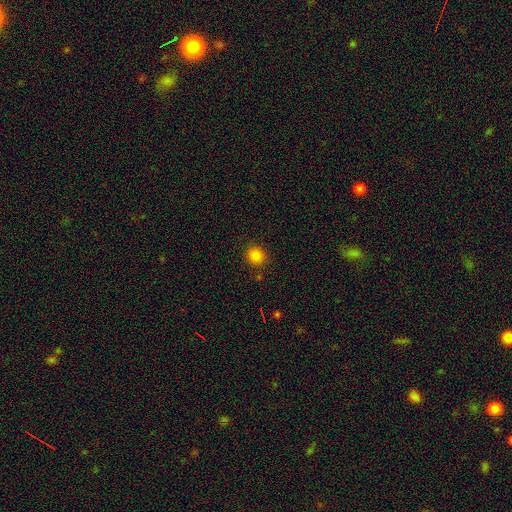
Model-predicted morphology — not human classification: smooth 83%, star or artifact 13%, featured or disk 4%. Down the decision tree: how rounded — round (86%); merging — none (89%).